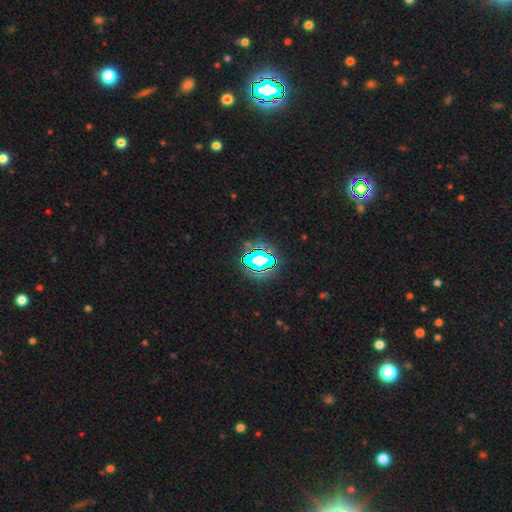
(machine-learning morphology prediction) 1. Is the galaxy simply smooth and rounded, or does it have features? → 71% star or artifact, 18% smooth, 11% featured or disk.